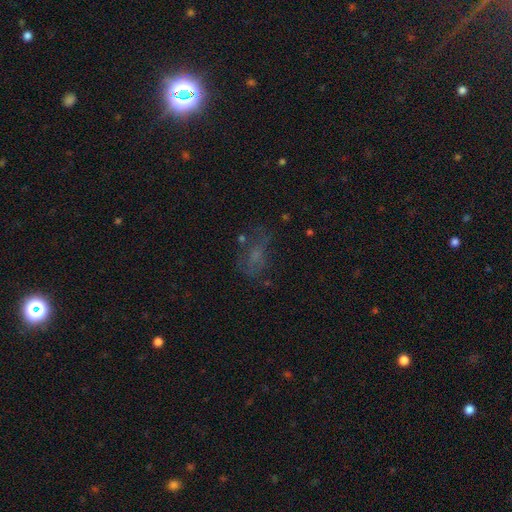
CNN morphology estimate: Q: Smooth or featured?
A: smooth (40%); runner-up: featured or disk (30%)
Q: Merging?
A: none (49%); runner-up: major disturbance (25%)